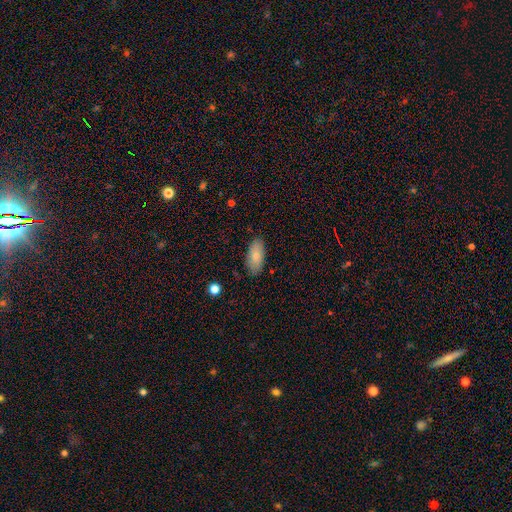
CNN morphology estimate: The model was most divided on "smooth or featured": smooth: 80%, featured or disk: 14%, star or artifact: 7%. More confident: how rounded — in between (90%); merging — none (83%).